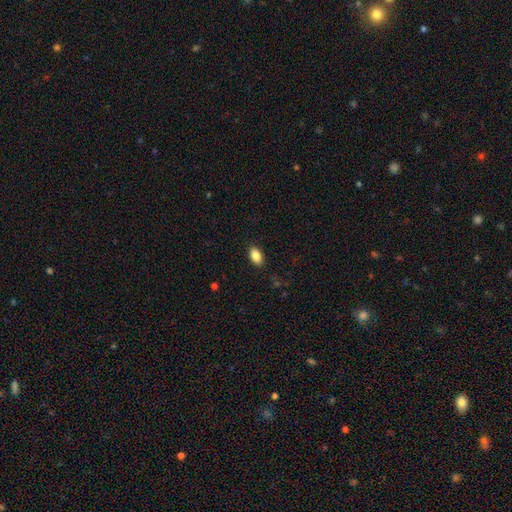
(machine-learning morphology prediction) smooth 87%, star or artifact 8%, featured or disk 5%. Down the decision tree: how rounded — in between (92%); merging — none (89%).